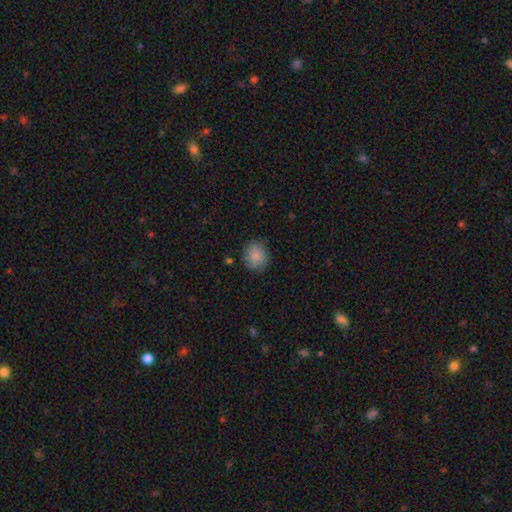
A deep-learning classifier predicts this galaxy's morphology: This appears to be a smooth galaxy with no disk features (86%) that is round (81%). Merging: none (84%).